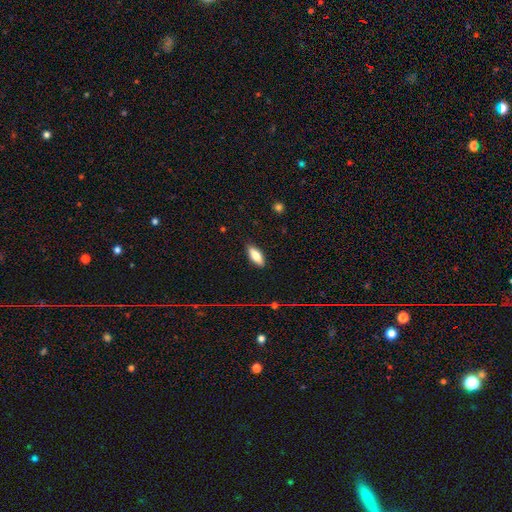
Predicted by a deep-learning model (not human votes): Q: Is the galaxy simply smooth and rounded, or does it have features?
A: smooth — 75%.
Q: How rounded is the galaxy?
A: in between — 71%.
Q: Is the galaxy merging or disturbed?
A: none — 87%.